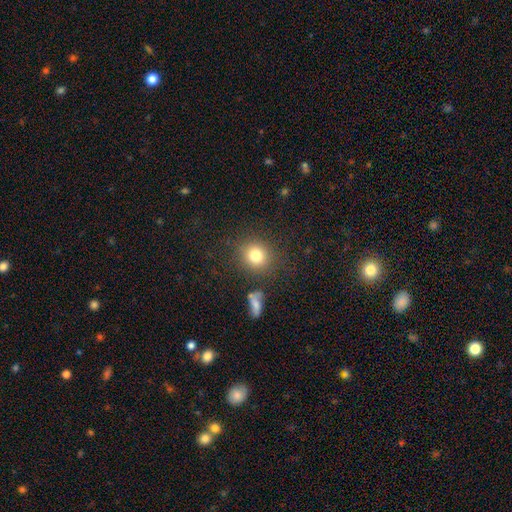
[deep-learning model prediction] Smooth or featured? smooth (80%)
How rounded? round (83%)
Merging? none (83%)